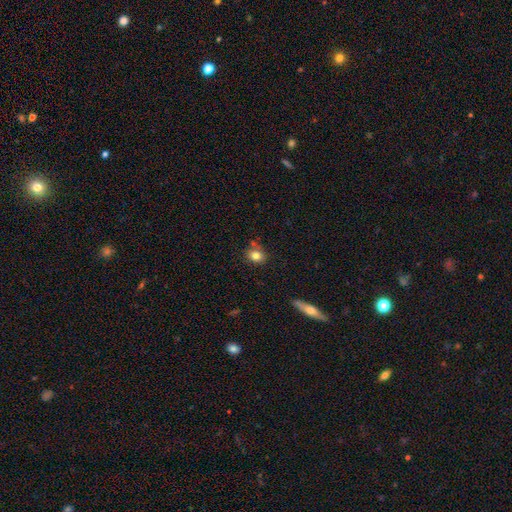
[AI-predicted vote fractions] Smooth or featured? Predicted: smooth (p=0.80). How rounded? Predicted: round (p=0.63). Merging? Predicted: none (p=0.74).